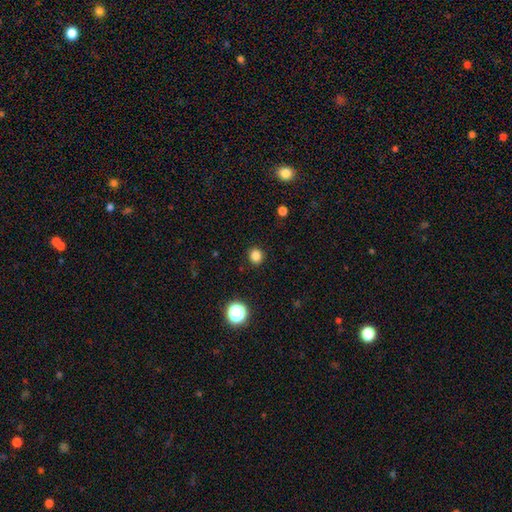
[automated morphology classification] Smooth or featured: smooth — 83% (star or artifact — 13%)
How rounded: round — 86% (in between — 13%)
Merging: none — 92% (minor disturbance — 5%)